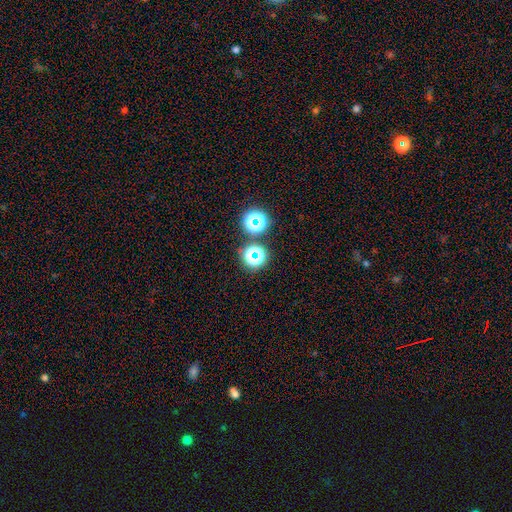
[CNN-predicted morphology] Q: Smooth or featured?
A: star or artifact (59%); runner-up: smooth (32%)